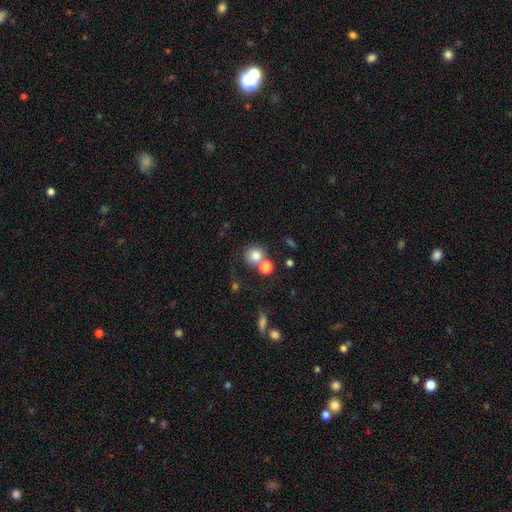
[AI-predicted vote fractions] Overall: smooth (79%). How rounded: round (86%). Merging: none (54%; merger 29%).